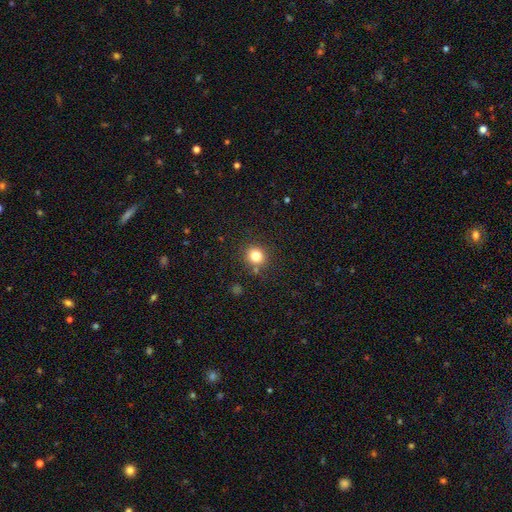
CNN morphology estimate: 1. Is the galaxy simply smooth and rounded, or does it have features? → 81% smooth, 13% star or artifact, 6% featured or disk.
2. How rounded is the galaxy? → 89% round, 10% in between, 1% cigar-shaped.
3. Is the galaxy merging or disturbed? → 85% none, 8% minor disturbance, 4% merger, 3% major disturbance.